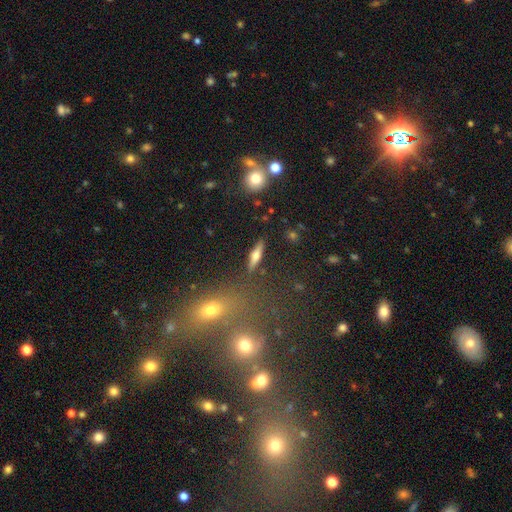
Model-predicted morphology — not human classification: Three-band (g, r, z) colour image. It shows a smooth galaxy with no disk features (46%, tied with featured or disk). Merging: none (86%).